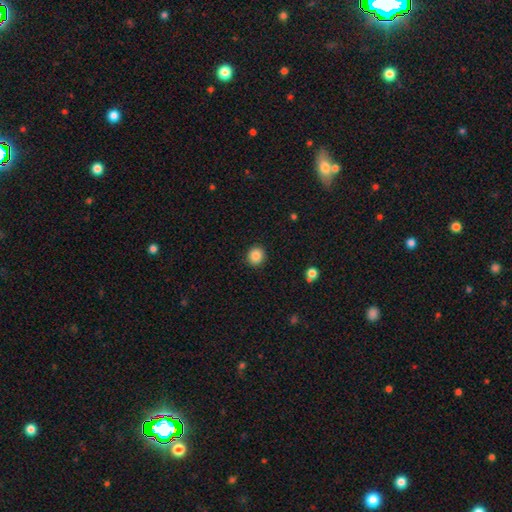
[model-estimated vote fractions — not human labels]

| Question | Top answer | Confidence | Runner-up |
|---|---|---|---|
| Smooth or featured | smooth | 86% | star or artifact (10%) |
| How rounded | round | 87% | in between (12%) |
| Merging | none | 91% | minor disturbance (6%) |